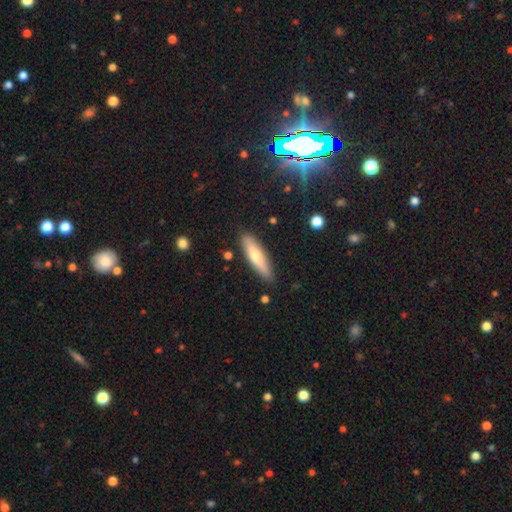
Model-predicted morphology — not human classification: Smooth or featured?
  - smooth: 60% *
  - featured or disk: 34%
  - star or artifact: 6%
How rounded?
  - cigar-shaped: 74% *
  - in between: 24%
  - round: 2%
Merging?
  - none: 87% *
  - minor disturbance: 9%
  - major disturbance: 2%
  - merger: 2%